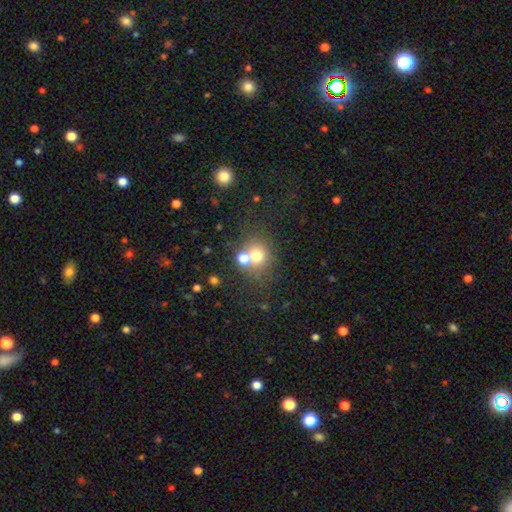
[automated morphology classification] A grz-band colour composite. It shows a smooth galaxy with no disk features (67%) that is round (80%). Merging: none (49%).